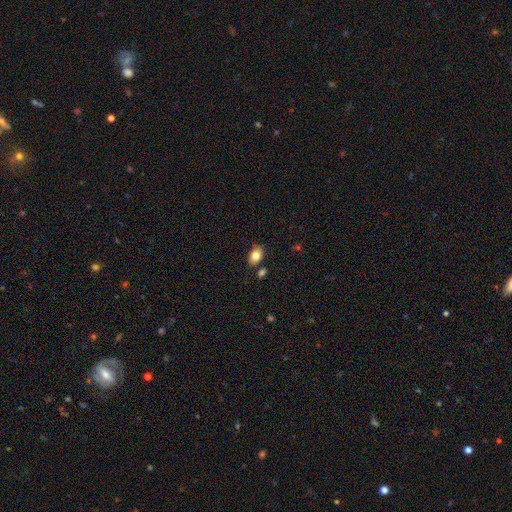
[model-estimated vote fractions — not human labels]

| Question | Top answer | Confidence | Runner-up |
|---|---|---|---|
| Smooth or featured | smooth | 82% | featured or disk (9%) |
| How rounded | in between | 84% | round (14%) |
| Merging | none | 77% | minor disturbance (14%) |